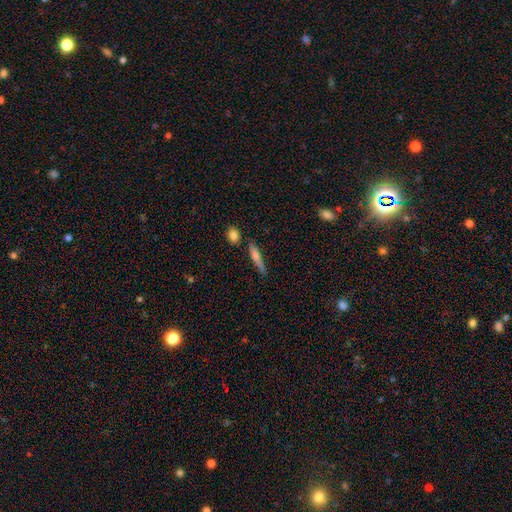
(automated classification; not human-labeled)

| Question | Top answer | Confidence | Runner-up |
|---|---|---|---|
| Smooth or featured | smooth | 49% | featured or disk (44%) |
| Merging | none | 77% | minor disturbance (14%) |